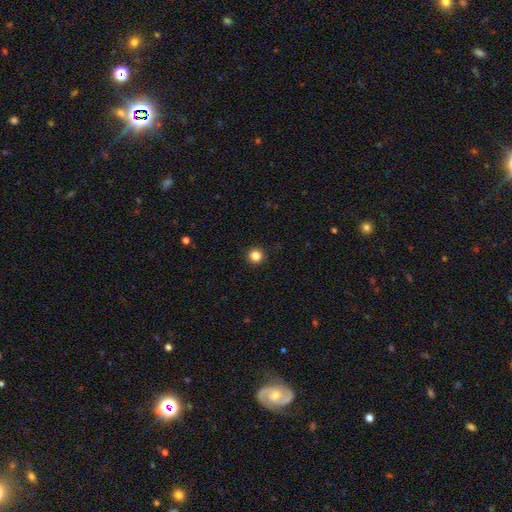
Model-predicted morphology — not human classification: This appears to be a smooth galaxy with no disk features (84%) that is round (96%). Merging: none (93%).